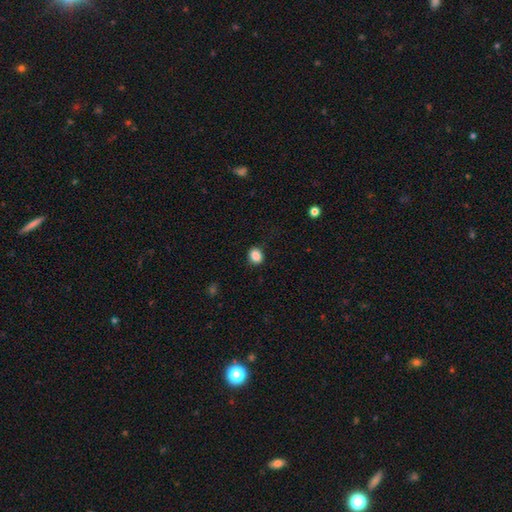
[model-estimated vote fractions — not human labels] Overall: smooth (88%). How rounded: round (60%; in between 39%). Merging: none (83%).